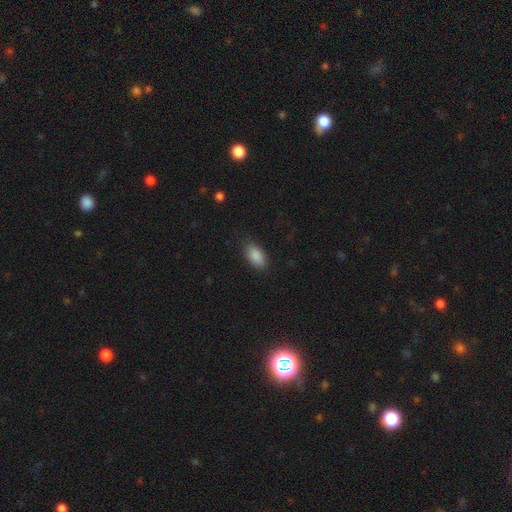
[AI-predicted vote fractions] This is clearly a smooth galaxy (88%). How rounded: clearly in between (92%). Merging: clearly none (84%).